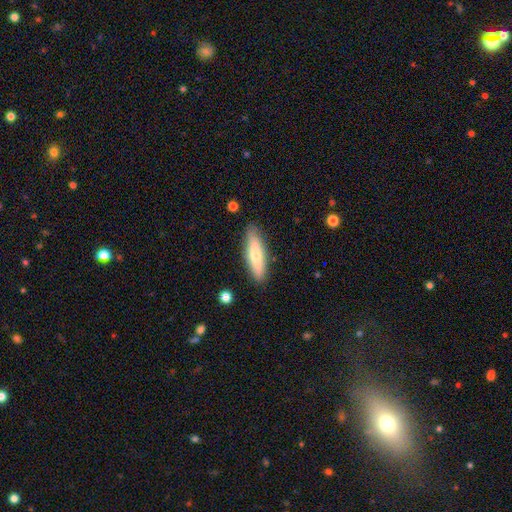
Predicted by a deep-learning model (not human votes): smooth 68%, featured or disk 26%, star or artifact 6%. Down the decision tree: how rounded — cigar-shaped (66%); merging — none (86%).